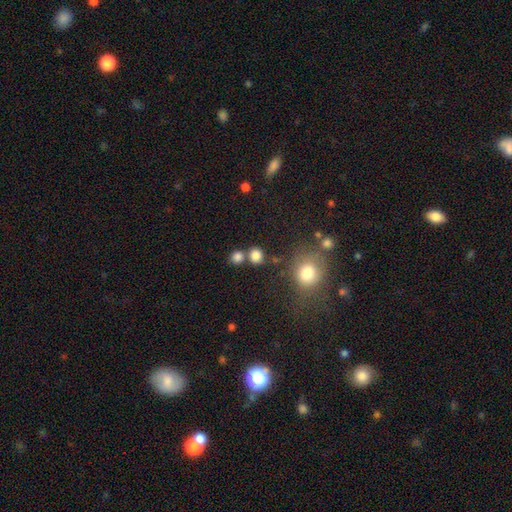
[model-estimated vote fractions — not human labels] Smooth or featured: smooth — 82% (star or artifact — 12%)
How rounded: round — 78% (in between — 21%)
Merging: none — 66% (merger — 21%)